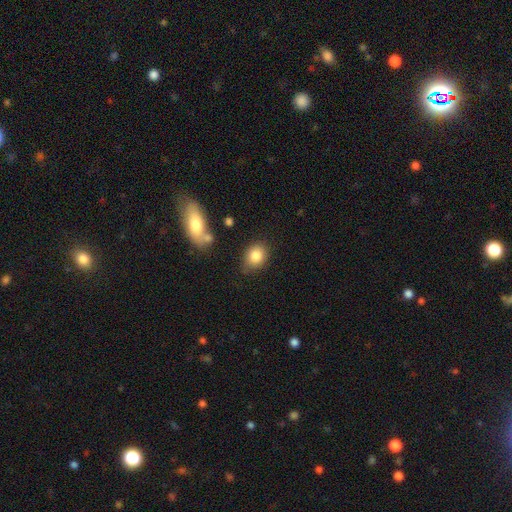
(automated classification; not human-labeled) A smooth galaxy with no disk features (84%) that is in between round and cigar-shaped (52%).

Vote fractions:
- Smooth or featured? smooth: 84% / star or artifact: 9% / featured or disk: 8%
- How rounded? in between: 52% / round: 47% / cigar-shaped: 1%
- Merging? none: 76% / minor disturbance: 16% / major disturbance: 4% / merger: 4%